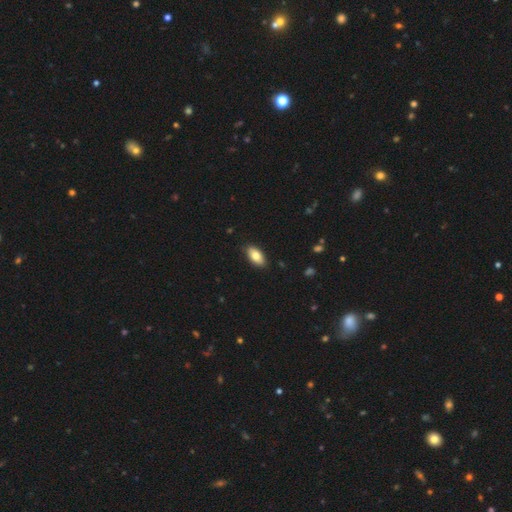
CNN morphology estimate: Smooth or featured? Predicted: smooth (p=0.80). How rounded? Predicted: in between (p=0.92). Merging? Predicted: none (p=0.88).